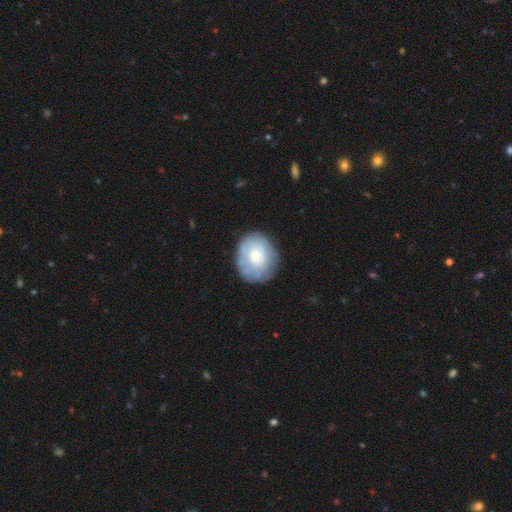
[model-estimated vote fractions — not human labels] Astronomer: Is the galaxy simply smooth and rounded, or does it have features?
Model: smooth — 64%.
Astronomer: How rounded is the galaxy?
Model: round — 65%.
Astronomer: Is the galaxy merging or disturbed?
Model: none — 73%.